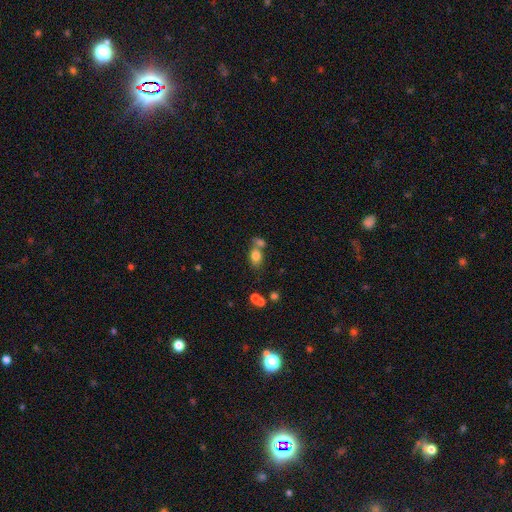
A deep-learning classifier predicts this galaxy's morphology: The model was most divided on "merging": none: 44%, merger: 38%, minor disturbance: 12%, major disturbance: 5%. More confident: smooth or featured — smooth (79%); how rounded — in between (70%).